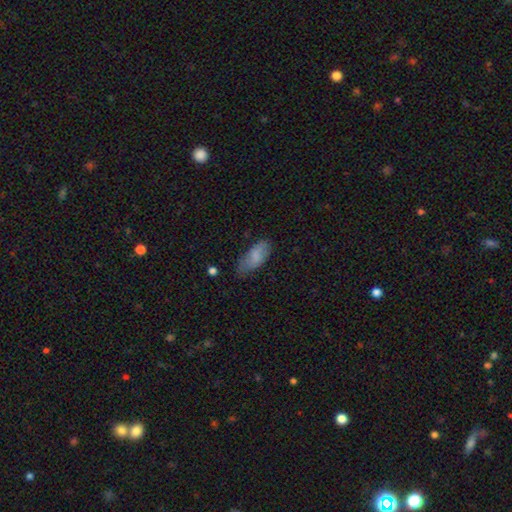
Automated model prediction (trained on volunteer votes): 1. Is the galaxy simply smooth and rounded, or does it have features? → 79% smooth, 14% featured or disk, 7% star or artifact.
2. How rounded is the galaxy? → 84% in between, 14% cigar-shaped, 2% round.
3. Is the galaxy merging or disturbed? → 63% none, 28% minor disturbance, 7% major disturbance, 2% merger.